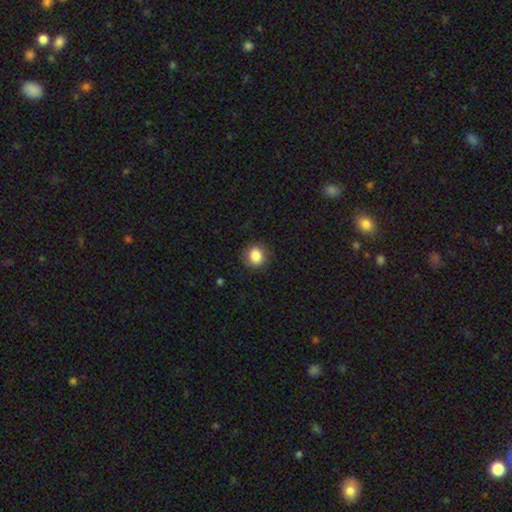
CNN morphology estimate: Smooth or featured?
  - smooth: 86% *
  - star or artifact: 9%
  - featured or disk: 5%
How rounded?
  - round: 81% *
  - in between: 18%
  - cigar-shaped: 1%
Merging?
  - none: 85% *
  - minor disturbance: 11%
  - major disturbance: 3%
  - merger: 1%